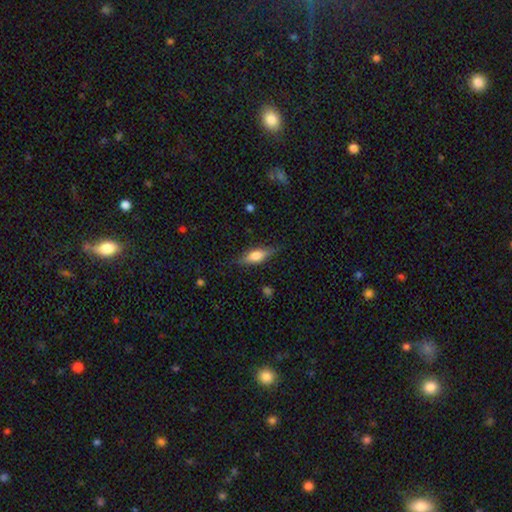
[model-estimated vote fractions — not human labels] Overall: smooth (55%; featured or disk 38%). How rounded: in between (49%; cigar-shaped 48%). Merging: none (82%).